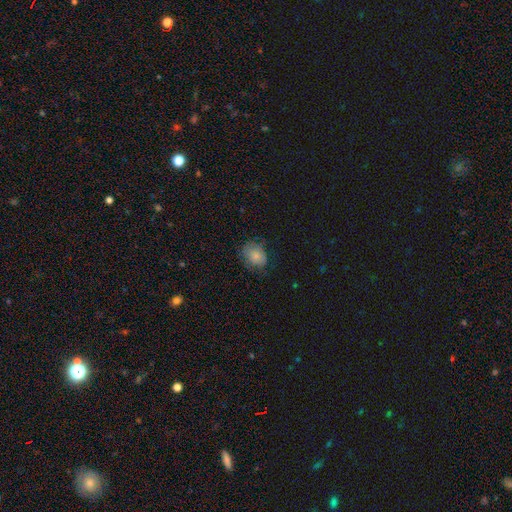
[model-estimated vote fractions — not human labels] Smooth or featured? smooth (79%)
How rounded? in between (53%)
Merging? none (65%)